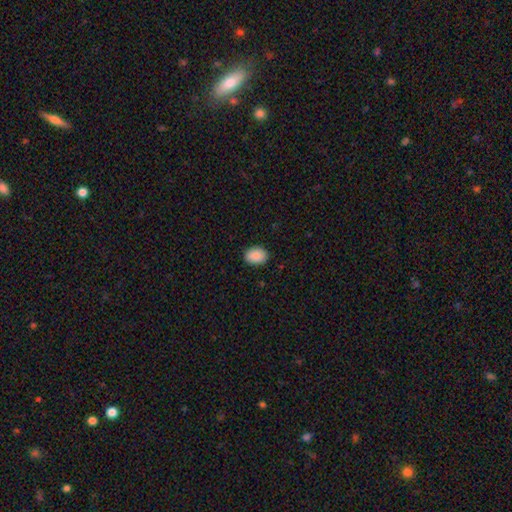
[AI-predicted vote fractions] The model was most divided on "how rounded": in between: 77%, round: 22%, cigar-shaped: 1%. More confident: smooth or featured — smooth (89%); merging — none (89%).